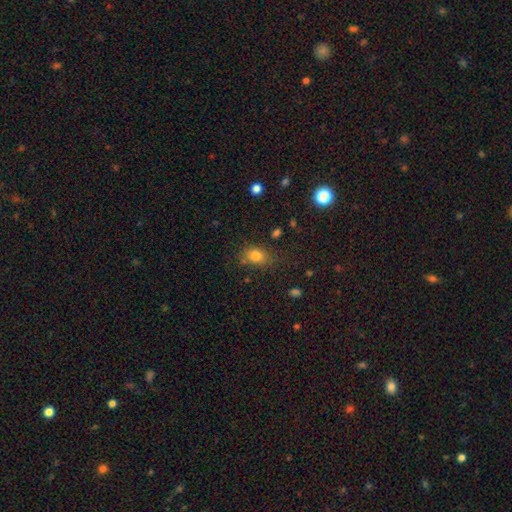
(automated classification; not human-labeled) The model was most divided on "how rounded": in between: 59%, round: 39%, cigar-shaped: 1%. More confident: smooth or featured — smooth (80%); merging — none (70%).